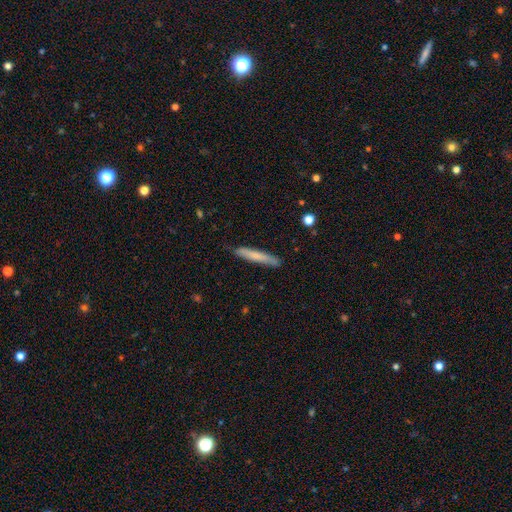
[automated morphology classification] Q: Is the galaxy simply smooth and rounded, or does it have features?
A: smooth — 70%.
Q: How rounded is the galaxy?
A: cigar-shaped — 94%.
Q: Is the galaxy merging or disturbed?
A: none — 84%.